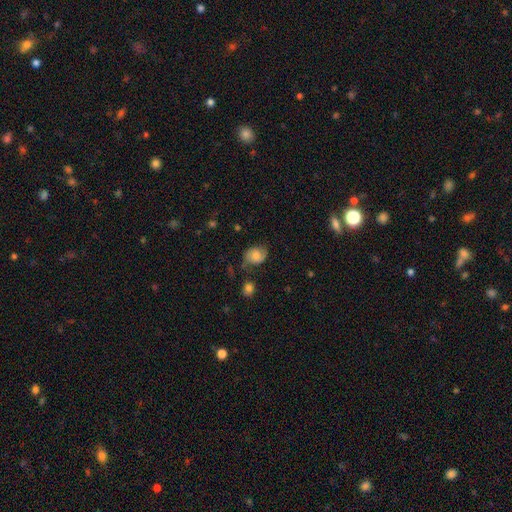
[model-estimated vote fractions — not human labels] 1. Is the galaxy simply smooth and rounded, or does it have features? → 58% smooth, 33% featured or disk, 10% star or artifact.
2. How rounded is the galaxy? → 52% in between, 47% round, 1% cigar-shaped.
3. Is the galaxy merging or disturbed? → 64% none, 23% minor disturbance, 8% major disturbance, 4% merger.